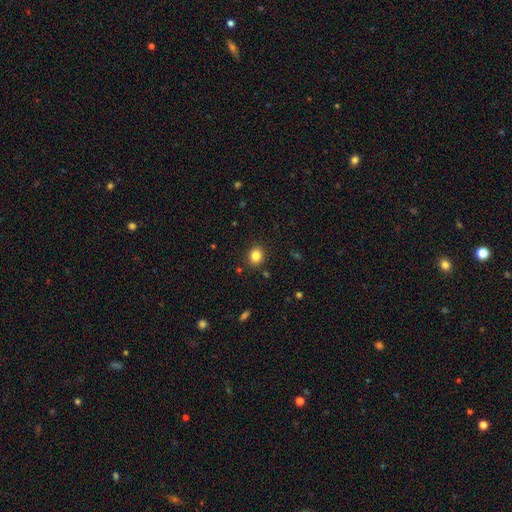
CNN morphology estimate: smooth-or-featured: smooth: 83% | star or artifact: 11% | featured or disk: 6%
  how-rounded: round: 70% | in between: 29% | cigar-shaped: 1%
  merging: none: 88% | minor disturbance: 8% | major disturbance: 2% | merger: 2%